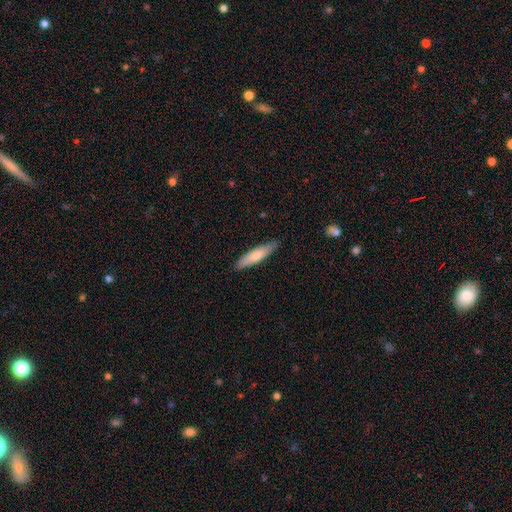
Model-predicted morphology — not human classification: A smooth galaxy with no disk features (71%) that is cigar-shaped (81%).

Vote fractions:
- Smooth or featured? smooth: 71% / featured or disk: 24% / star or artifact: 5%
- How rounded? cigar-shaped: 81% / in between: 18% / round: 1%
- Merging? none: 88% / minor disturbance: 9% / major disturbance: 2% / merger: 1%